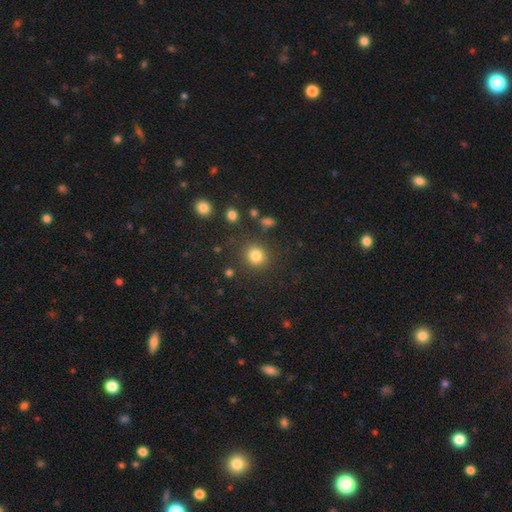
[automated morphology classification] smooth-or-featured: smooth: 82% | star or artifact: 12% | featured or disk: 6%
  how-rounded: round: 88% | in between: 11% | cigar-shaped: 1%
  merging: none: 84% | minor disturbance: 9% | major disturbance: 4% | merger: 4%